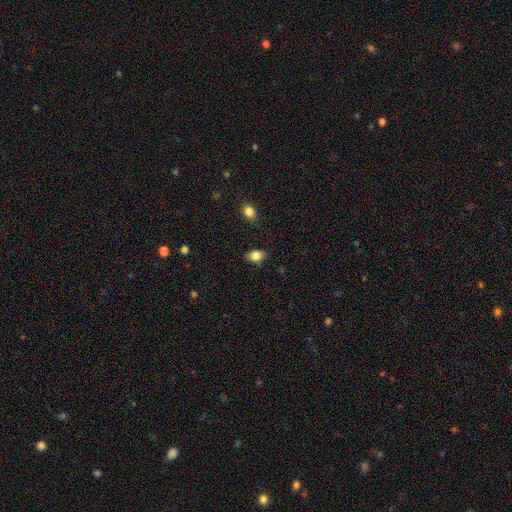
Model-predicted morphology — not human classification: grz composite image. It shows a smooth galaxy with no disk features (83%) that is in between round and cigar-shaped (79%). Merging: none (82%).